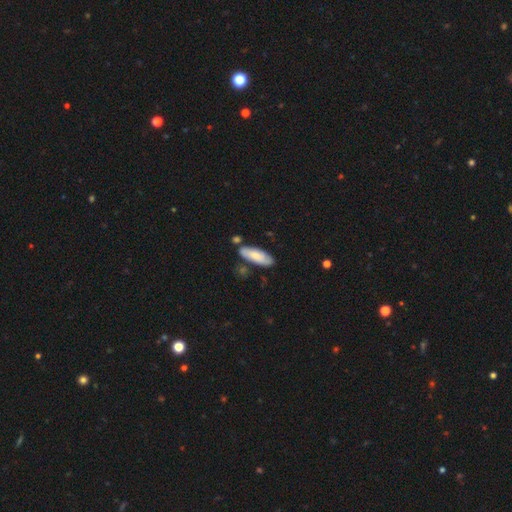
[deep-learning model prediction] smooth 71%, featured or disk 24%, star or artifact 6%. Down the decision tree: how rounded — in between (63%); merging — none (72%).